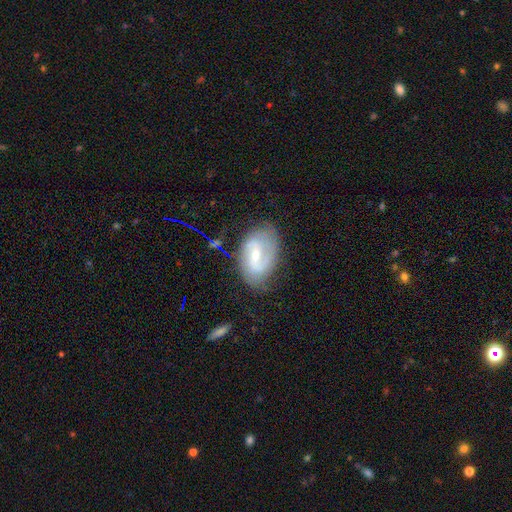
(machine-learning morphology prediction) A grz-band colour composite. It shows a featured or disk galaxy (74%) with a weak bar (59%), 2 (72%) medium (44%) spiral arms (90%) and a small central bulge (52%). Merging: none (69%).